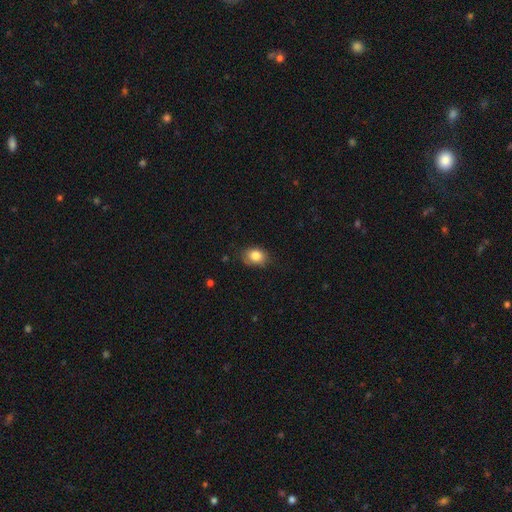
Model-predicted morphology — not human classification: This is clearly a smooth galaxy (83%). How rounded: likely in between (66%). Merging: likely none (72%).